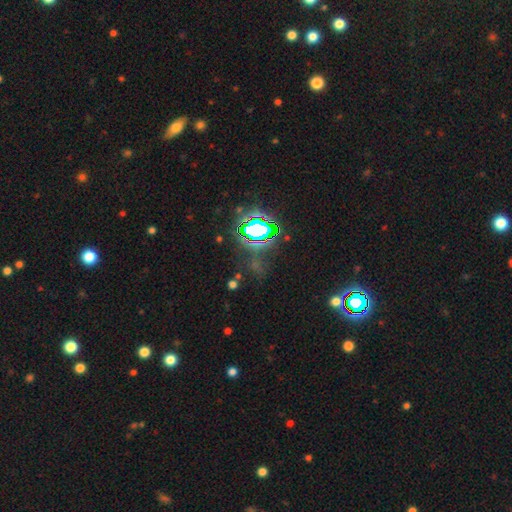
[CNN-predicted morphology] The model was most divided on "smooth or featured": star or artifact: 79%, smooth: 12%, featured or disk: 9%.